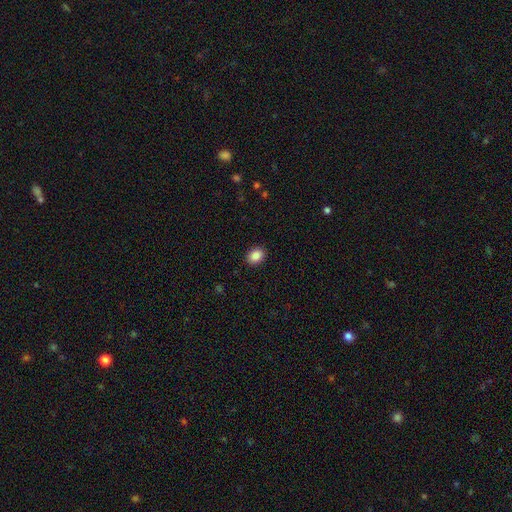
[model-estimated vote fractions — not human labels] Smooth or featured: smooth — 88% (star or artifact — 9%)
How rounded: in between — 64% (round — 35%)
Merging: none — 90% (minor disturbance — 7%)